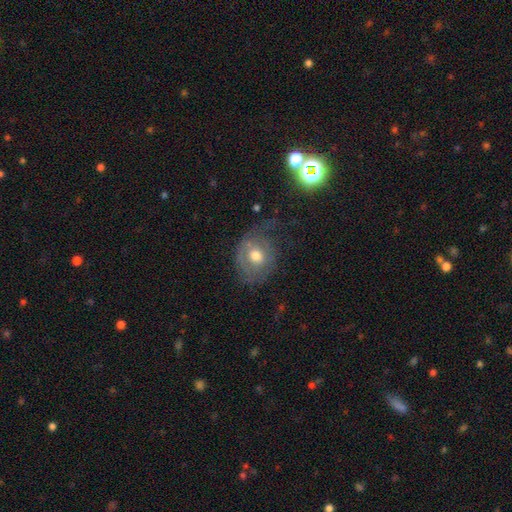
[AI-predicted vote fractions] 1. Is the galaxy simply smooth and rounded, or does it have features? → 51% smooth, 41% featured or disk, 8% star or artifact.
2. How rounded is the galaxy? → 61% round, 38% in between, 1% cigar-shaped.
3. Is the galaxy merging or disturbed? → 42% none, 29% major disturbance, 27% minor disturbance, 2% merger.